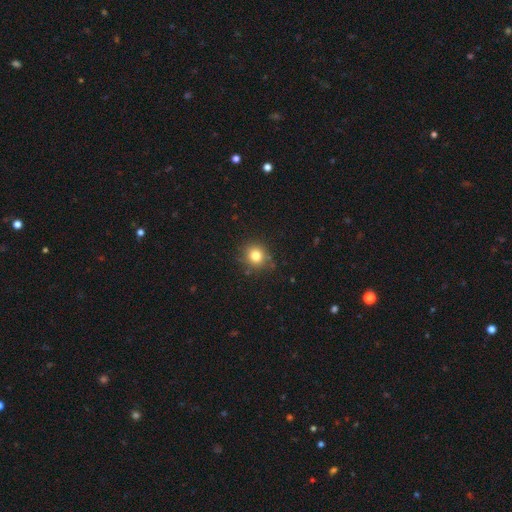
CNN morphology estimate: Smooth or featured: smooth — 80% (star or artifact — 13%)
How rounded: round — 86% (in between — 13%)
Merging: none — 83% (minor disturbance — 12%)